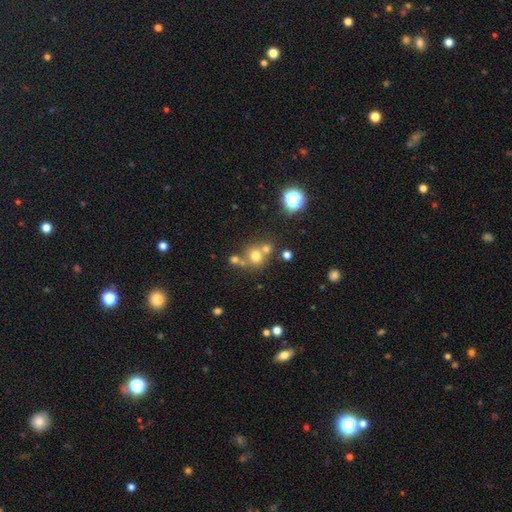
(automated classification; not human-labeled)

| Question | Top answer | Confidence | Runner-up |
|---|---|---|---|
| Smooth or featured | smooth | 66% | star or artifact (21%) |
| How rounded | round | 80% | in between (19%) |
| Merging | none | 52% | merger (35%) |